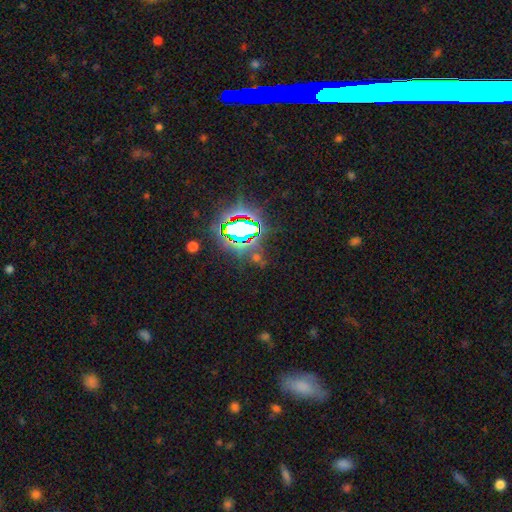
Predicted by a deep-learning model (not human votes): Smooth or featured: star or artifact — 78% (smooth — 14%)